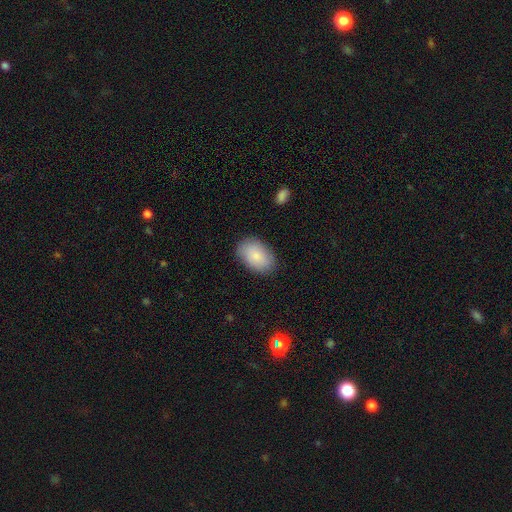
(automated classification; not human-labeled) A smooth galaxy with no disk features (86%) that is in between round and cigar-shaped (90%). Merging: none (85%).